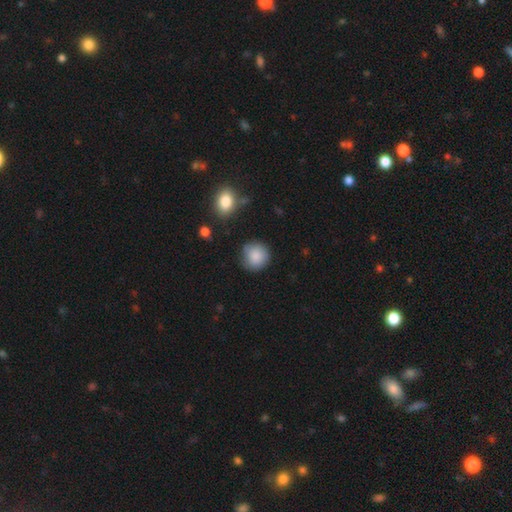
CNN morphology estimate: Q: Smooth or featured?
A: smooth (86%); runner-up: star or artifact (7%)
Q: How rounded?
A: round (91%); runner-up: in between (8%)
Q: Merging?
A: none (77%); runner-up: minor disturbance (17%)